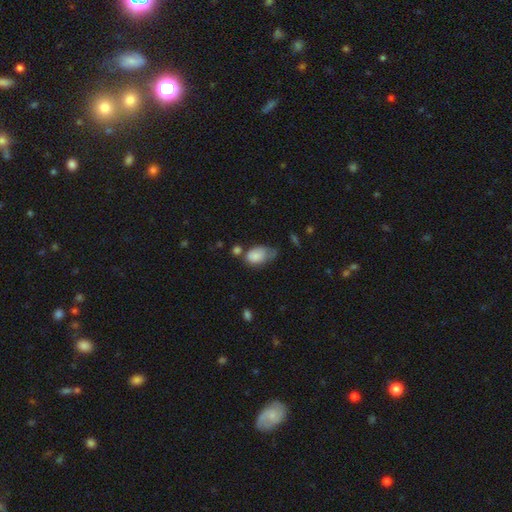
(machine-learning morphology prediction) Smooth or featured: smooth — 82% (featured or disk — 10%)
How rounded: in between — 86% (round — 13%)
Merging: minor disturbance — 36% (none — 31%)